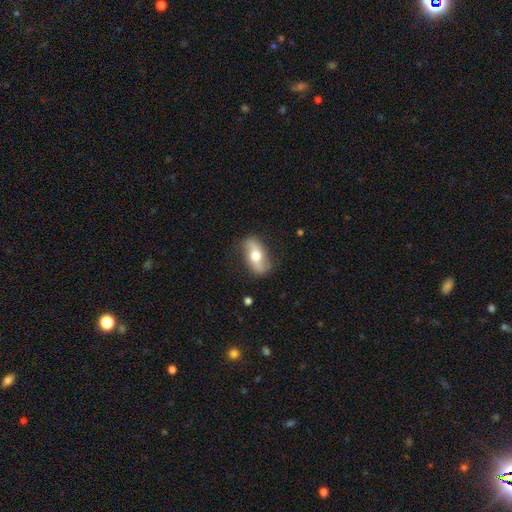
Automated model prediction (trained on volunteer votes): Smooth or featured? featured or disk (58%)
Edge-on disk? no (79%)
Merging? none (82%)